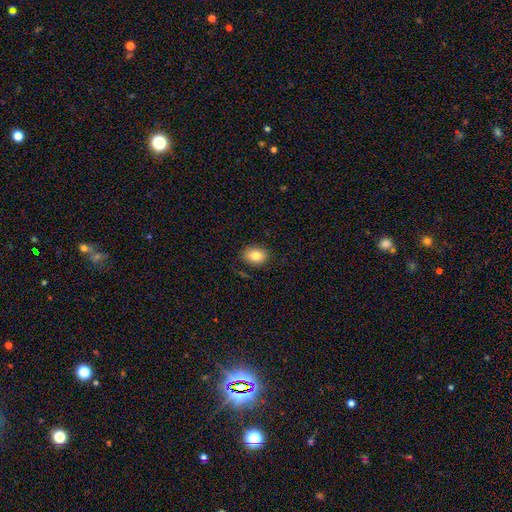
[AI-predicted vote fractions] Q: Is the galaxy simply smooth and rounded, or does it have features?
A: smooth — 83%.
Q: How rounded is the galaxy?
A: in between — 68%.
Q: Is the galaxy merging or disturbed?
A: none — 83%.